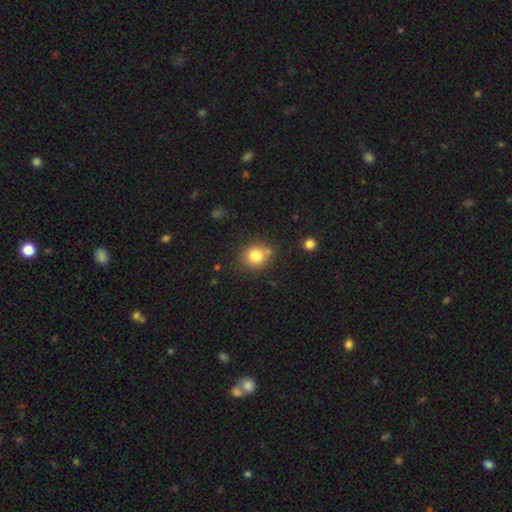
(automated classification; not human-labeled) Smooth or featured: smooth — 81% (star or artifact — 11%)
How rounded: round — 77% (in between — 22%)
Merging: none — 73% (minor disturbance — 15%)